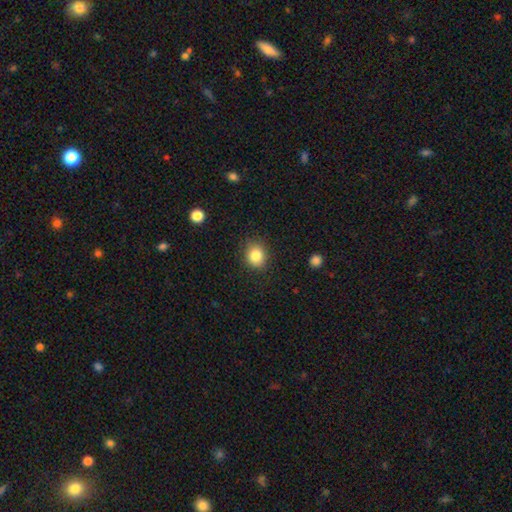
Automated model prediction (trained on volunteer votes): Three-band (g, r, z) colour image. It shows a smooth galaxy with no disk features (84%) that is round (74%). Merging: none (85%).